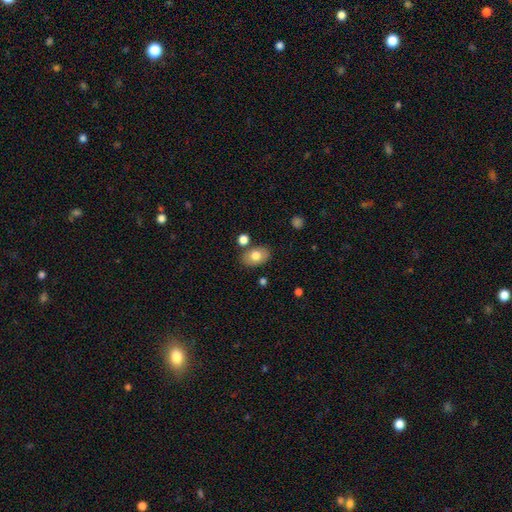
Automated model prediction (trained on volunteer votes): The model was most divided on "smooth or featured": smooth: 76%, featured or disk: 16%, star or artifact: 7%. More confident: how rounded — in between (84%); merging — none (78%).